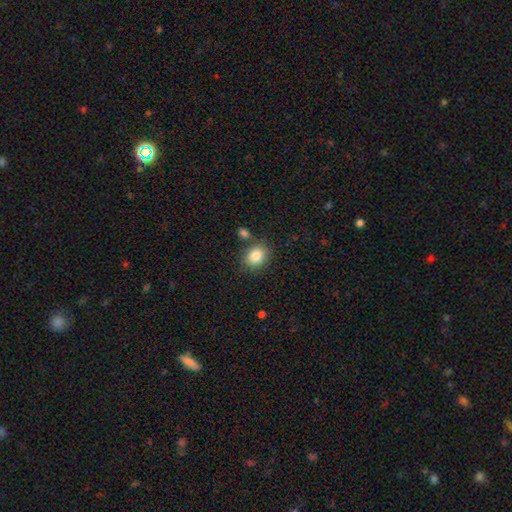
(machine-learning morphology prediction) smooth_or_featured: smooth (p=0.85) [alt: star or artifact p=0.09]
how_rounded: round (p=0.54) [alt: in between p=0.45]
merging: none (p=0.76) [alt: minor disturbance p=0.11]